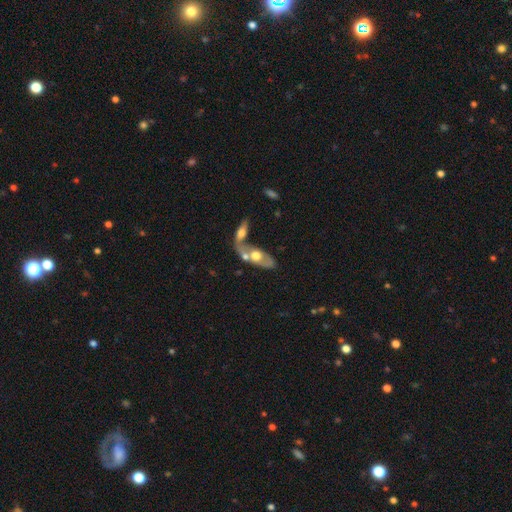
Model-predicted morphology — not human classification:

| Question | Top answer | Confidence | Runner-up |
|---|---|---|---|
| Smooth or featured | featured or disk | 53% | smooth (41%) |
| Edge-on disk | no | 74% | yes (26%) |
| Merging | merger | 59% | none (25%) |